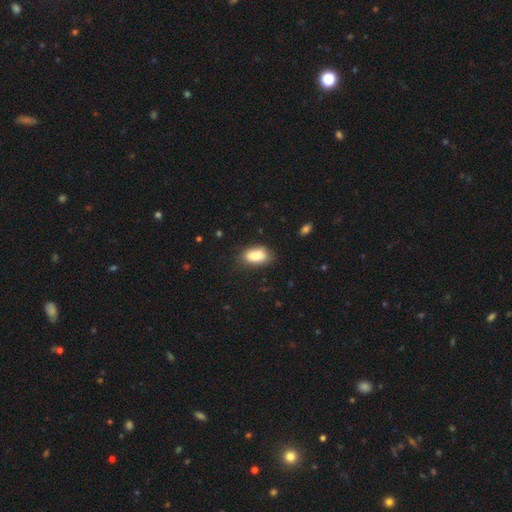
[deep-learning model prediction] Smooth or featured? Predicted: smooth (p=0.84). How rounded? Predicted: in between (p=0.91). Merging? Predicted: none (p=0.70).